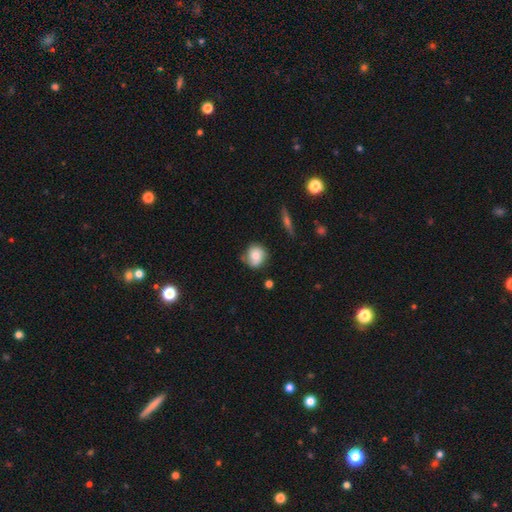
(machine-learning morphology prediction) Smooth or featured: smooth — 66% (featured or disk — 26%)
How rounded: round — 81% (in between — 17%)
Merging: none — 66% (minor disturbance — 25%)